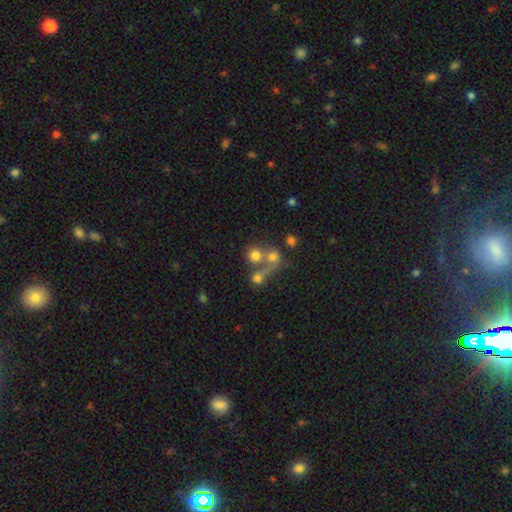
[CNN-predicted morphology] Smooth or featured: smooth — 70% (featured or disk — 15%)
How rounded: round — 85% (in between — 14%)
Merging: merger — 47% (none — 39%)